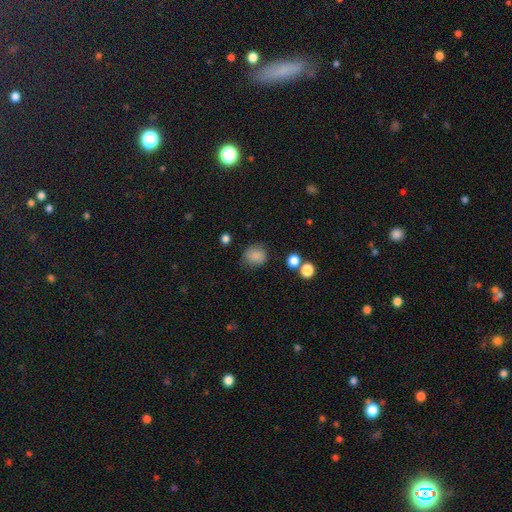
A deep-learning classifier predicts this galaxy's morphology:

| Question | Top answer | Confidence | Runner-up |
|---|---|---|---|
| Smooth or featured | smooth | 83% | star or artifact (10%) |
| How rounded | round | 73% | in between (26%) |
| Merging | none | 77% | minor disturbance (16%) |